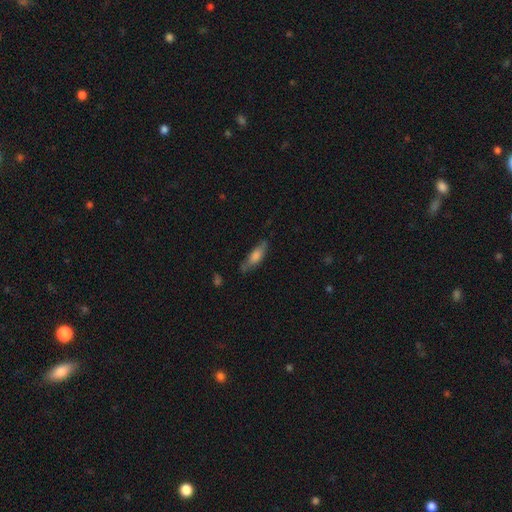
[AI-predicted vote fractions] A smooth galaxy with no disk features (63%) that is cigar-shaped (52%). Merging: none (66%).